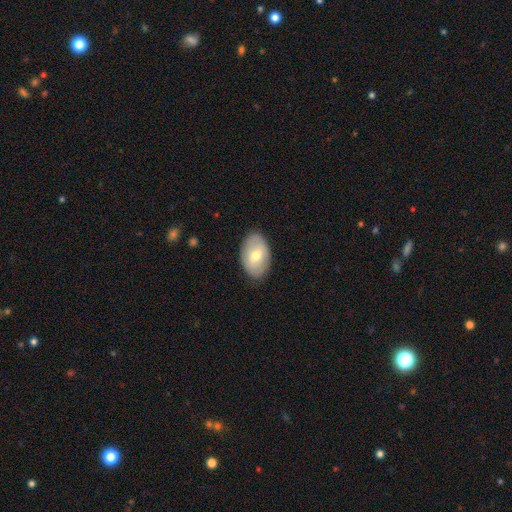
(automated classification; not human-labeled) smooth-or-featured: smooth: 60% | featured or disk: 34% | star or artifact: 6%
  how-rounded: in between: 88% | round: 10% | cigar-shaped: 1%
  merging: none: 84% | minor disturbance: 12% | major disturbance: 3% | merger: 1%